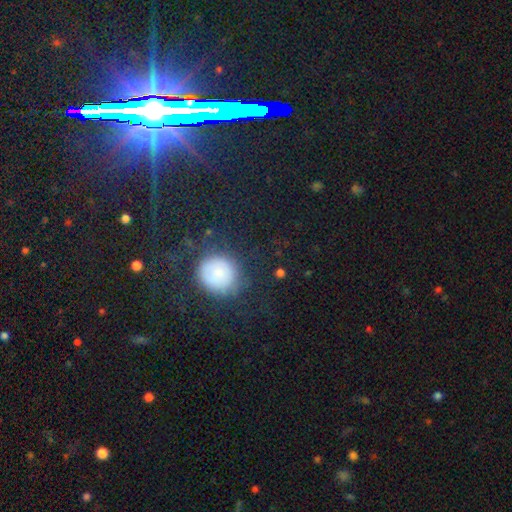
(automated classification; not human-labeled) Smooth or featured? Predicted: star or artifact (p=0.58).